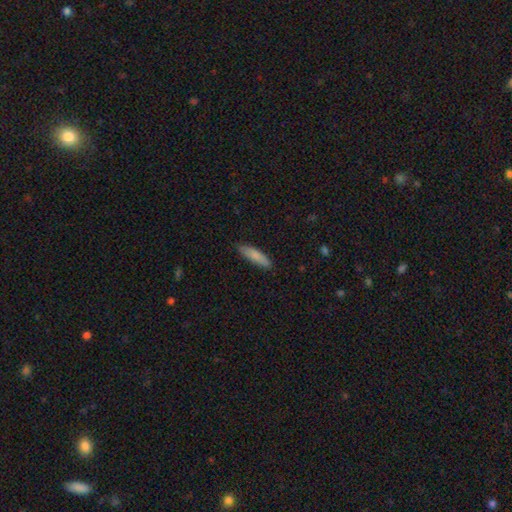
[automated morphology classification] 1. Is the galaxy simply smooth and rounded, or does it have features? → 83% smooth, 11% featured or disk, 6% star or artifact.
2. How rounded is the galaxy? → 68% cigar-shaped, 31% in between, 1% round.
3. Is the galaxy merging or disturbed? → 86% none, 11% minor disturbance, 2% major disturbance, 1% merger.